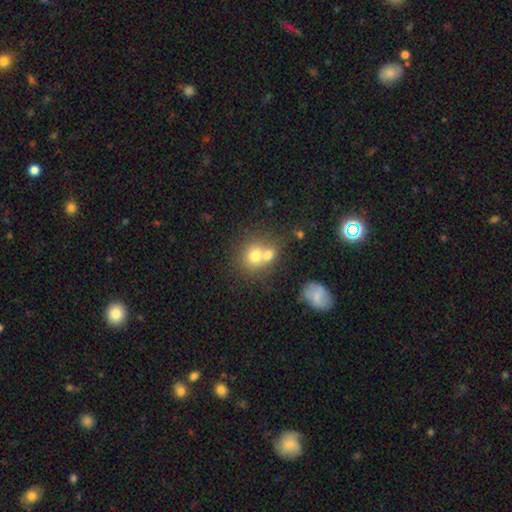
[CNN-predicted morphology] A smooth galaxy with no disk features (71%) that is round (78%). Merging: merger (58%).